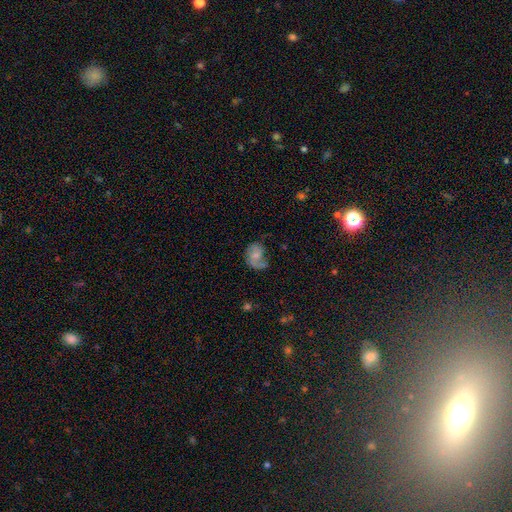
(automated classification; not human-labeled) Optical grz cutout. It shows a featured or disk galaxy (62%) with no bar (69%), 1 (48%) medium (41%) spiral arms (87%) and a small central bulge (47%). Merging: none (46%).